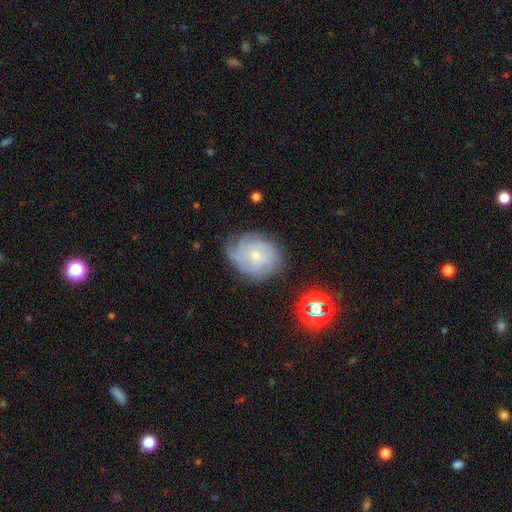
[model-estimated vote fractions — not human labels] The model was most divided on "spiral arm count": can't tell: 38%, 4: 24%, 3: 14%, more than 4: 10%, 2: 8%, 1: 6%. More confident: edge-on disk — no (97%); spiral arms — yes (93%); bar — no (75%); merging — none (70%); bulge size — small (70%); smooth or featured — featured or disk (70%); spiral winding — tight (60%).